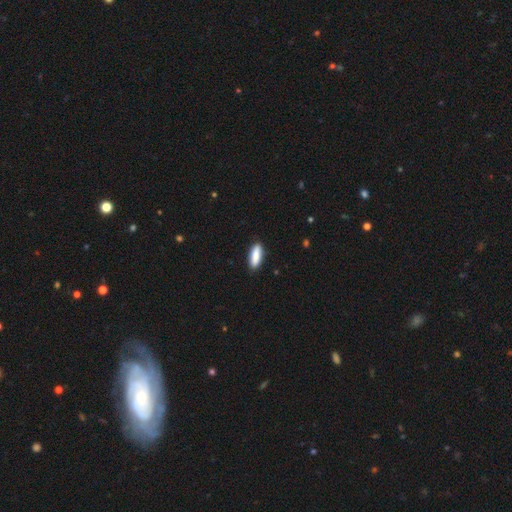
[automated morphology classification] Overall: smooth (86%). How rounded: in between (55%; cigar-shaped 44%). Merging: none (89%).